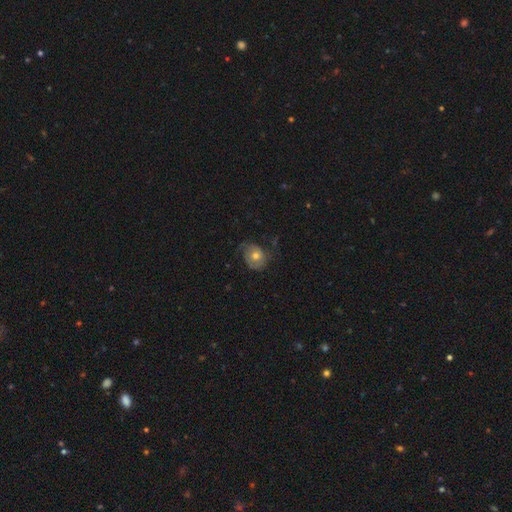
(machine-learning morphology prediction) smooth-or-featured: smooth: 47% | featured or disk: 44% | star or artifact: 8%
  merging: none: 54% | minor disturbance: 29% | major disturbance: 16% | merger: 2%